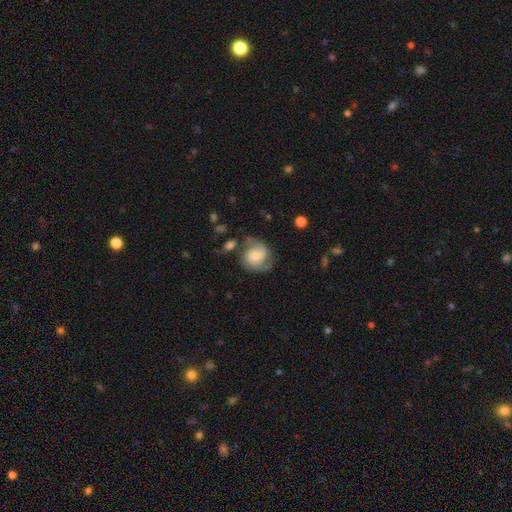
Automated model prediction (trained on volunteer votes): This appears to be a featured or disk galaxy (66%) with no bar (53%), 2 (79%) medium (49%) spiral arms (92%) and a small central bulge (33%). Merging: none (60%).